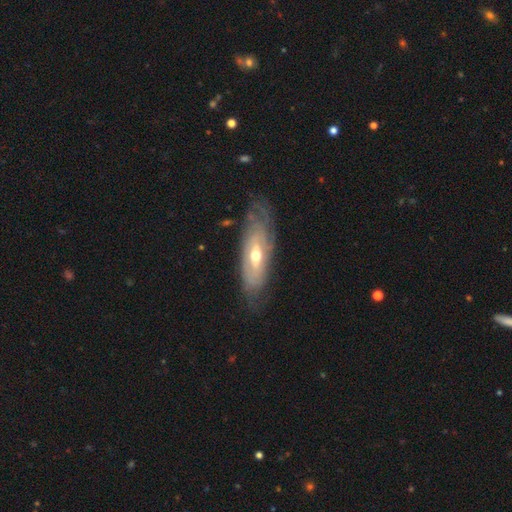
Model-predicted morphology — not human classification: Smooth or featured?
  - featured or disk: 75% *
  - smooth: 20%
  - star or artifact: 6%
Edge-on disk?
  - no: 80% *
  - yes: 20%
Bar?
  - no: 56% *
  - weak: 29%
  - strong: 14%
Spiral arms?
  - yes: 69% *
  - no: 31%
Bulge size?
  - moderate: 67% *
  - small: 27%
  - large: 5%
  - dominant: 1%
  - none: 1%
Merging?
  - none: 68% *
  - minor disturbance: 21%
  - major disturbance: 9%
  - merger: 2%